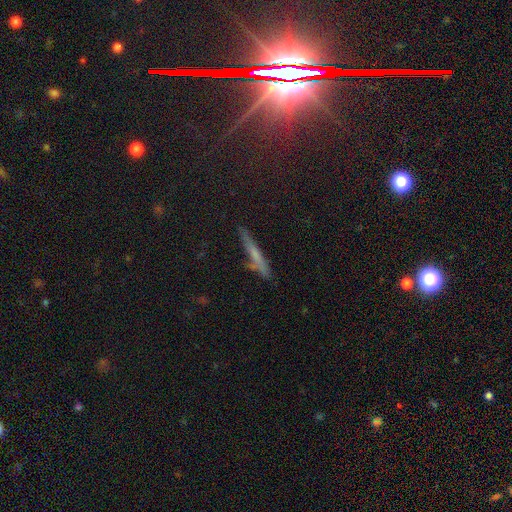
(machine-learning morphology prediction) type=smooth (52%); roundness=cigar-shaped (92%); merging=none (72%).